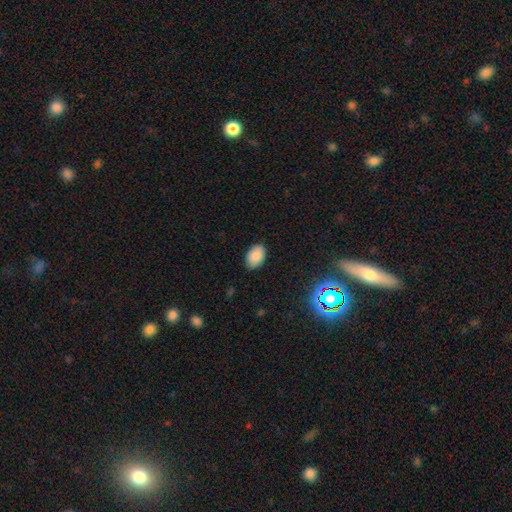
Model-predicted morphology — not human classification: smooth 87%, star or artifact 8%, featured or disk 5%. Down the decision tree: how rounded — in between (89%); merging — none (85%).